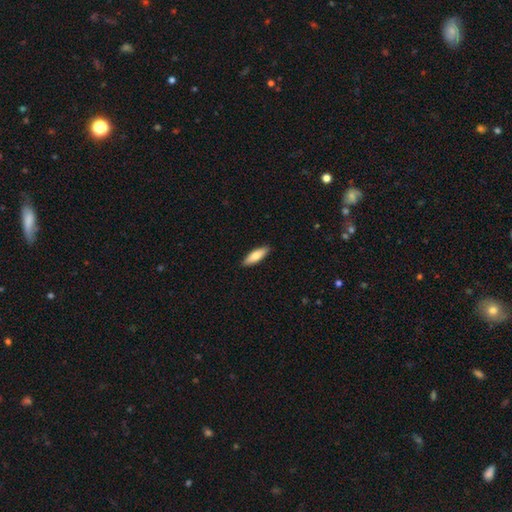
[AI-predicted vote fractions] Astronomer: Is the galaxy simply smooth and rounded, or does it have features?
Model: smooth — 76%.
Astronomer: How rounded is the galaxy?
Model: in between — 53% (runner-up: cigar-shaped, 45%).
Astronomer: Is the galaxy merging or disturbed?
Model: none — 90%.